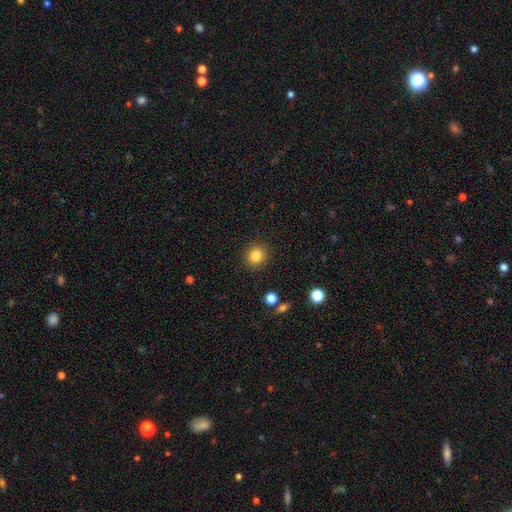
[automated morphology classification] Smooth or featured: smooth — 84% (star or artifact — 11%)
How rounded: round — 86% (in between — 13%)
Merging: none — 90% (minor disturbance — 6%)